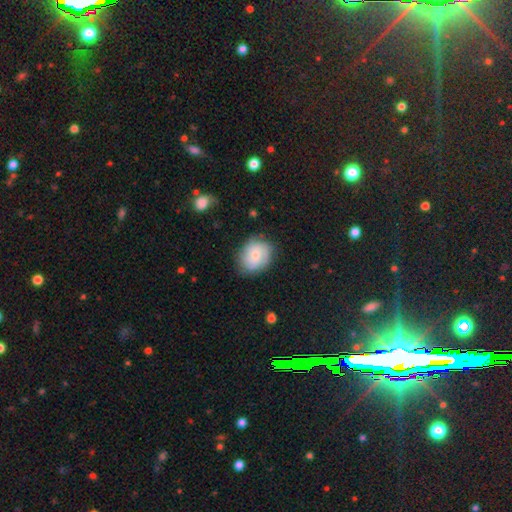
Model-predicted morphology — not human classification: The model was most divided on "smooth or featured": featured or disk: 52%, smooth: 41%, star or artifact: 8%. More confident: edge-on disk — no (98%); spiral arms — yes (89%); merging — none (75%); bar — no (72%); bulge size — small (55%).